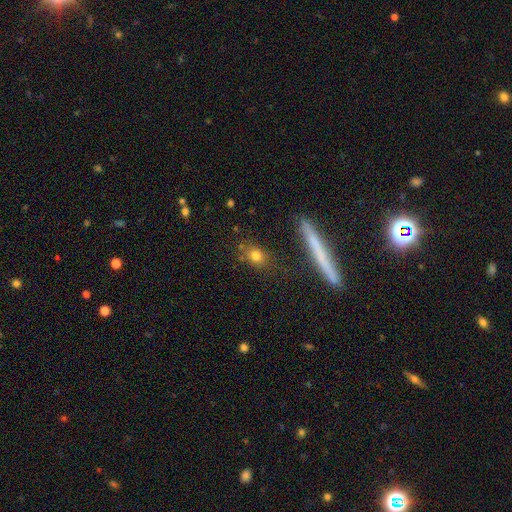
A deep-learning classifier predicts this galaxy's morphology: This is likely a smooth galaxy (76%). How rounded: possibly round (52%). Merging: likely none (80%).